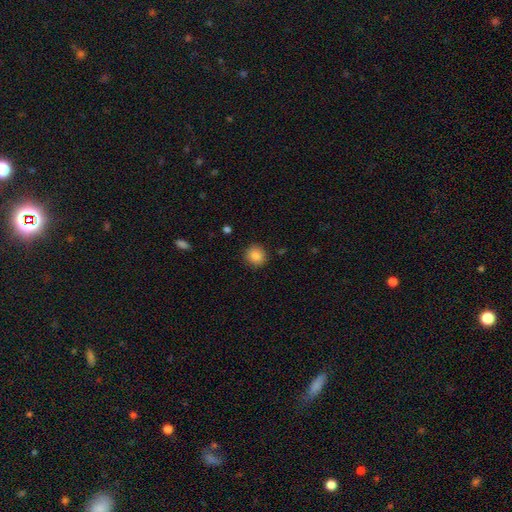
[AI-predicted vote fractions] Q: Smooth or featured?
A: smooth (86%); runner-up: star or artifact (9%)
Q: How rounded?
A: round (91%); runner-up: in between (8%)
Q: Merging?
A: none (90%); runner-up: minor disturbance (7%)